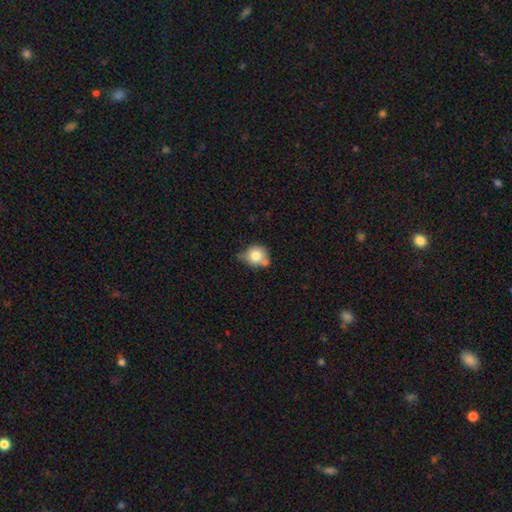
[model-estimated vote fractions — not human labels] Smooth or featured? smooth (77%)
How rounded? round (81%)
Merging? none (50%)